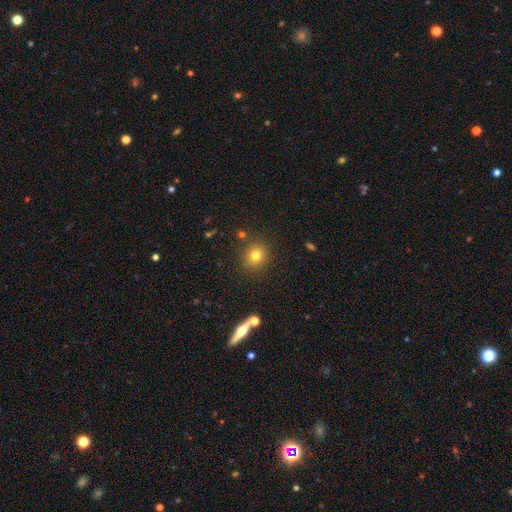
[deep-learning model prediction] Overall: smooth (76%). How rounded: round (79%). Merging: none (84%).